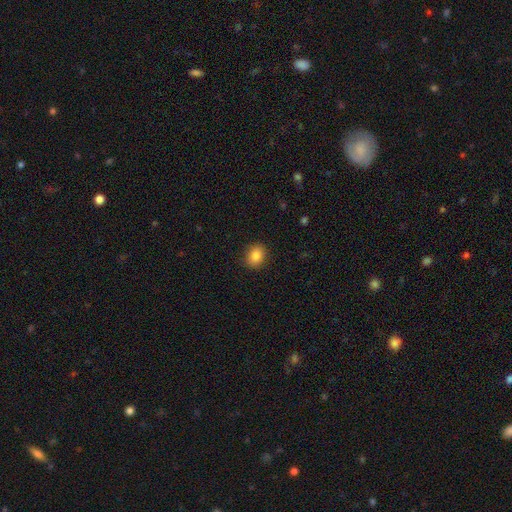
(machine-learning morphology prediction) smooth_or_featured: smooth (p=0.86) [alt: star or artifact p=0.09]
how_rounded: in between (p=0.52) [alt: round p=0.46]
merging: none (p=0.88) [alt: minor disturbance p=0.09]